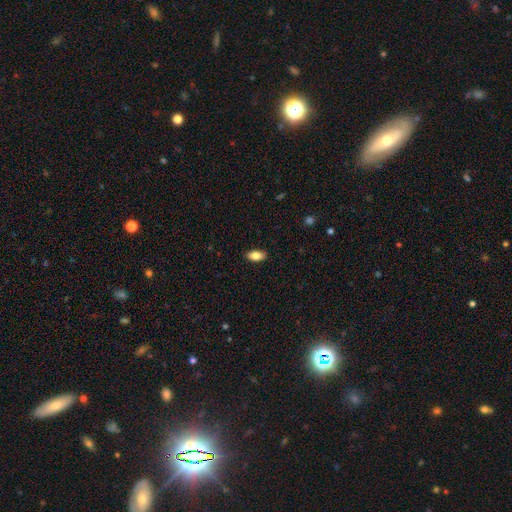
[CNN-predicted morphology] smooth_or_featured: smooth (p=0.82) [alt: featured or disk p=0.11]
how_rounded: in between (p=0.90) [alt: cigar-shaped p=0.07]
merging: none (p=0.88) [alt: minor disturbance p=0.09]